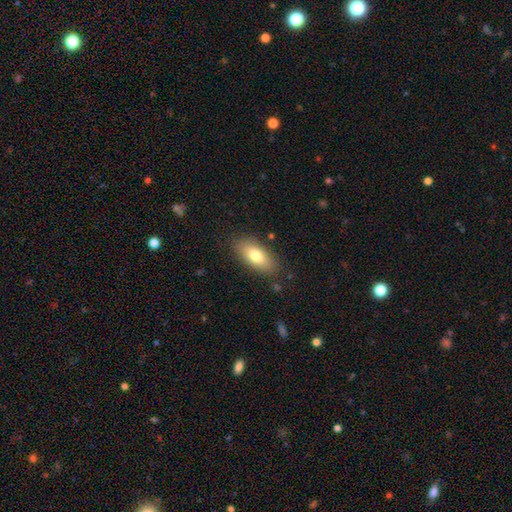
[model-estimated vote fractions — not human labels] Smooth or featured? Predicted: smooth (p=0.76). How rounded? Predicted: in between (p=0.84). Merging? Predicted: none (p=0.84).